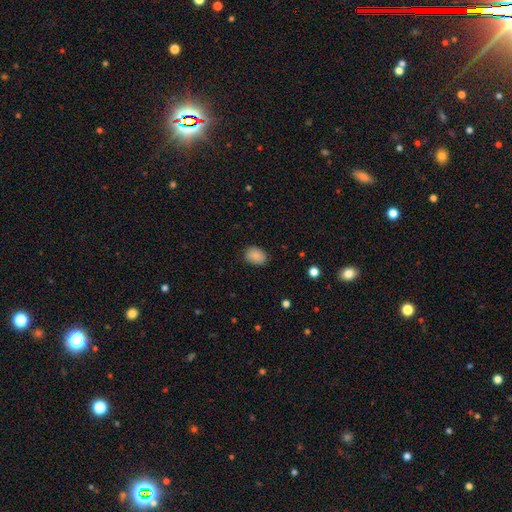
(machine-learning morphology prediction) This is clearly a smooth galaxy (88%). How rounded: likely in between (70%). Merging: clearly none (85%).